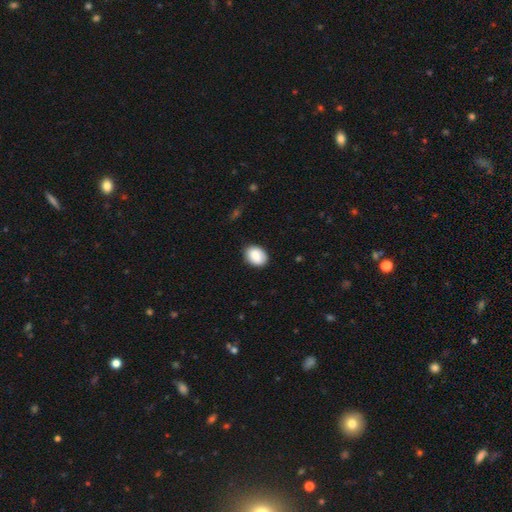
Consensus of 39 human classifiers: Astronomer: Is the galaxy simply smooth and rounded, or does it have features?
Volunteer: smooth — 87%.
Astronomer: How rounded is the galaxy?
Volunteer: in between — 76%.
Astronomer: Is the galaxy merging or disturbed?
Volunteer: none — 89%.